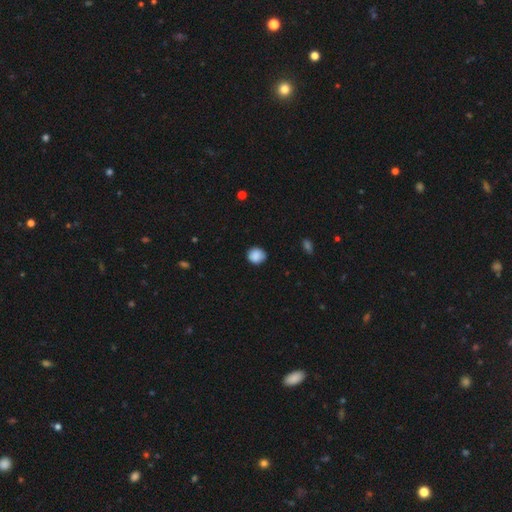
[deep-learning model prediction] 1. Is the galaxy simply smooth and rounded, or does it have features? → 88% smooth, 8% star or artifact, 4% featured or disk.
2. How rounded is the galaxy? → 85% round, 14% in between, 1% cigar-shaped.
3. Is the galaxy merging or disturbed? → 83% none, 13% minor disturbance, 3% major disturbance, 1% merger.